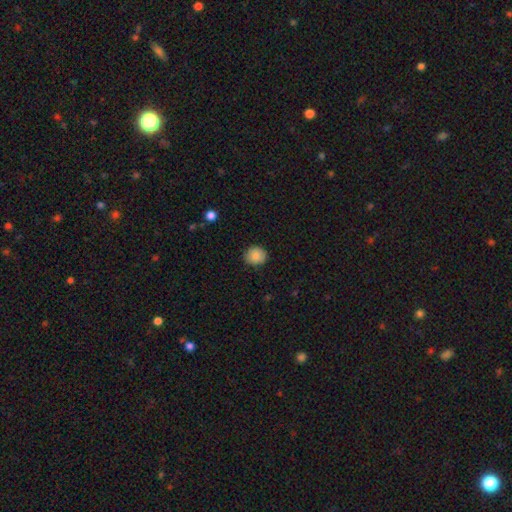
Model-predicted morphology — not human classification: A smooth galaxy with no disk features (85%) that is round (79%).

Vote fractions:
- Smooth or featured? smooth: 85% / star or artifact: 8% / featured or disk: 7%
- How rounded? round: 79% / in between: 20% / cigar-shaped: 1%
- Merging? none: 85% / minor disturbance: 12% / major disturbance: 2% / merger: 1%